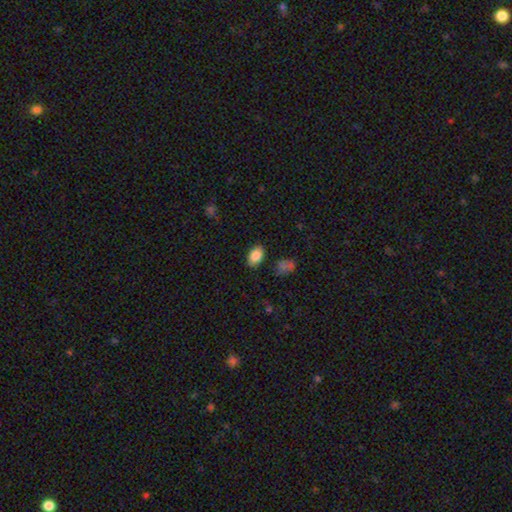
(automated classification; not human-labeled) A smooth galaxy with no disk features (86%) that is in between round and cigar-shaped (88%).

Vote fractions:
- Smooth or featured? smooth: 86% / star or artifact: 8% / featured or disk: 6%
- How rounded? in between: 88% / round: 11% / cigar-shaped: 1%
- Merging? none: 84% / minor disturbance: 11% / major disturbance: 3% / merger: 2%